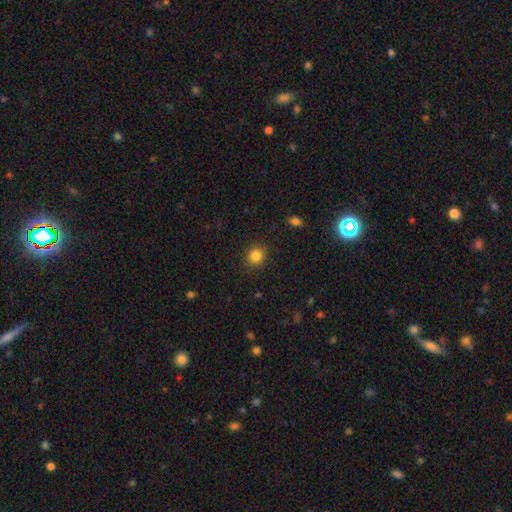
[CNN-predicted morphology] A smooth galaxy with no disk features (85%) that is round (88%).

Vote fractions:
- Smooth or featured? smooth: 85% / star or artifact: 11% / featured or disk: 4%
- How rounded? round: 88% / in between: 11% / cigar-shaped: 1%
- Merging? none: 90% / minor disturbance: 6% / major disturbance: 2% / merger: 1%